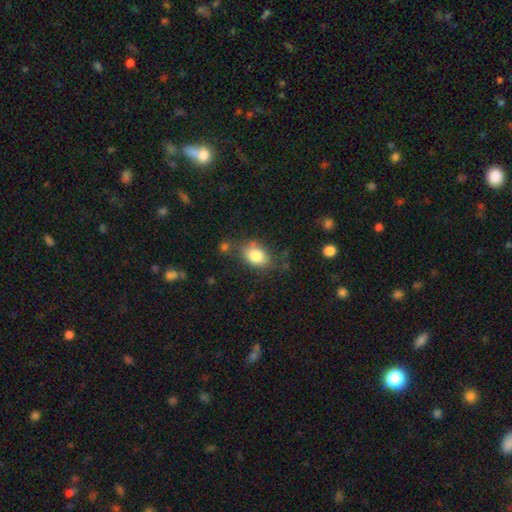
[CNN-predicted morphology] Smooth or featured? Predicted: smooth (p=0.82). How rounded? Predicted: in between (p=0.80). Merging? Predicted: none (p=0.67).